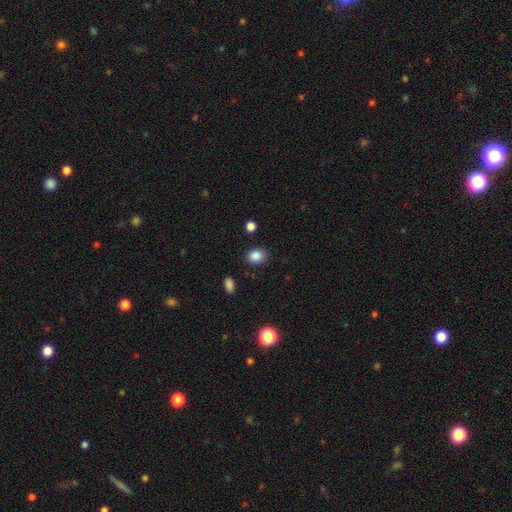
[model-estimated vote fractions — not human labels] This is clearly a smooth galaxy (87%). How rounded: possibly round (51%). Merging: clearly none (87%).